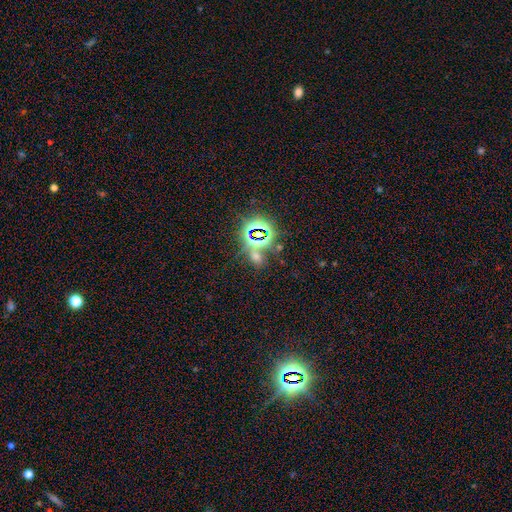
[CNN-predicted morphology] type=star or artifact (63%).